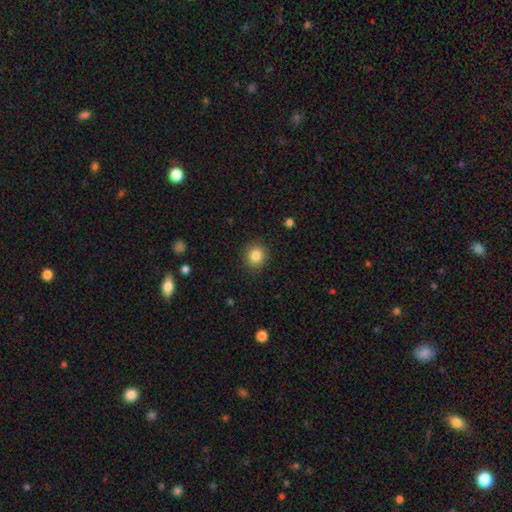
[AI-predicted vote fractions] Morphology: type=smooth (84%); roundness=round (87%); merging=none (89%).